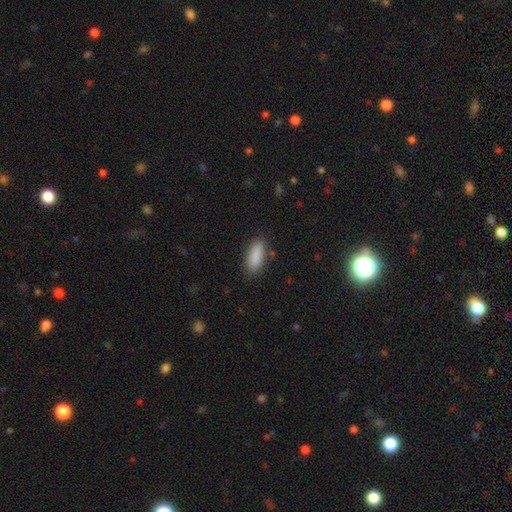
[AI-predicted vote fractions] A smooth galaxy with no disk features (89%) that is in between round and cigar-shaped (76%).

Vote fractions:
- Smooth or featured? smooth: 89% / star or artifact: 6% / featured or disk: 5%
- How rounded? in between: 76% / cigar-shaped: 22% / round: 2%
- Merging? none: 84% / minor disturbance: 12% / major disturbance: 3% / merger: 2%